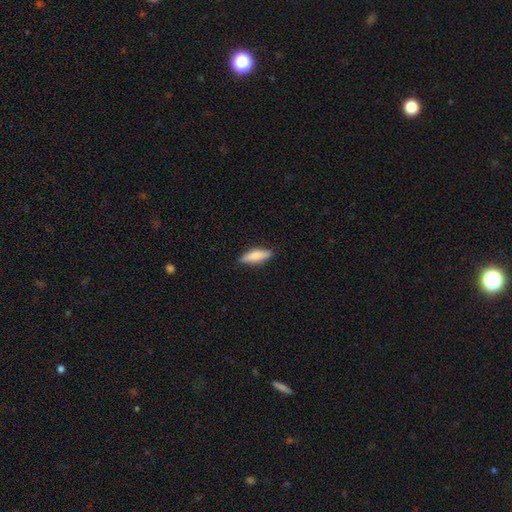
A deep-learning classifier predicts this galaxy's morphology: smooth-or-featured: smooth: 76% | featured or disk: 19% | star or artifact: 6%
  how-rounded: cigar-shaped: 52% | in between: 46% | round: 2%
  merging: none: 85% | minor disturbance: 12% | major disturbance: 2% | merger: 1%